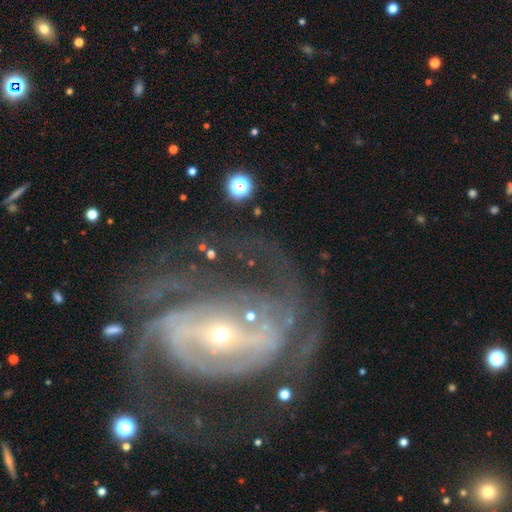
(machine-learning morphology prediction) Smooth or featured: featured or disk — 90% (star or artifact — 6%)
Edge-on disk: no — 97% (yes — 3%)
Bar: strong — 51% (weak — 29%)
Spiral arms: yes — 96% (no — 4%)
Spiral winding: tight — 44% (medium — 42%)
Spiral arm count: 2 — 37% (can't tell — 18%)
Bulge size: small — 78% (moderate — 18%)
Merging: none — 57% (major disturbance — 23%)